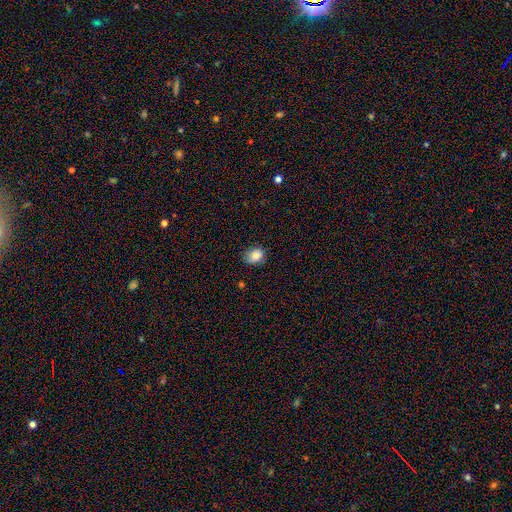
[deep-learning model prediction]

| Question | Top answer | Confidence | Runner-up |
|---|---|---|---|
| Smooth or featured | smooth | 85% | star or artifact (9%) |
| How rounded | in between | 58% | round (41%) |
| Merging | none | 76% | minor disturbance (20%) |